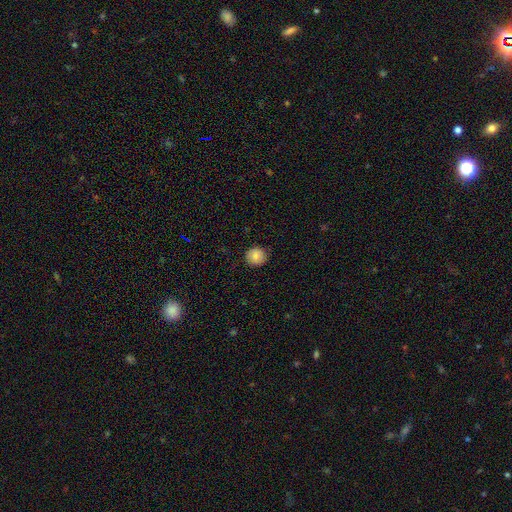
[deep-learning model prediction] A smooth galaxy with no disk features (85%) that is round (93%). Merging: none (89%).